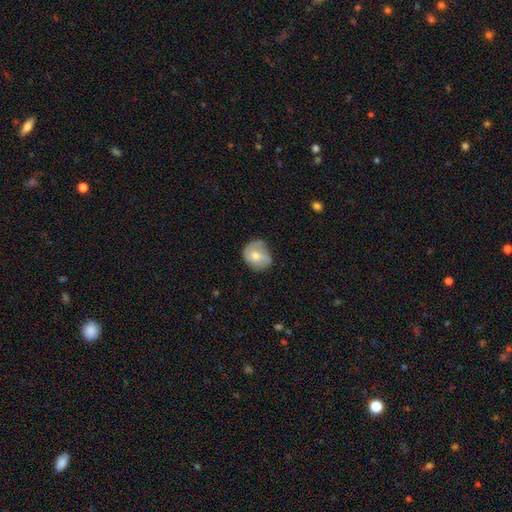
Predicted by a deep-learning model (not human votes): smooth 58%, featured or disk 34%, star or artifact 8%. Down the decision tree: how rounded — round (71%); merging — none (59%).